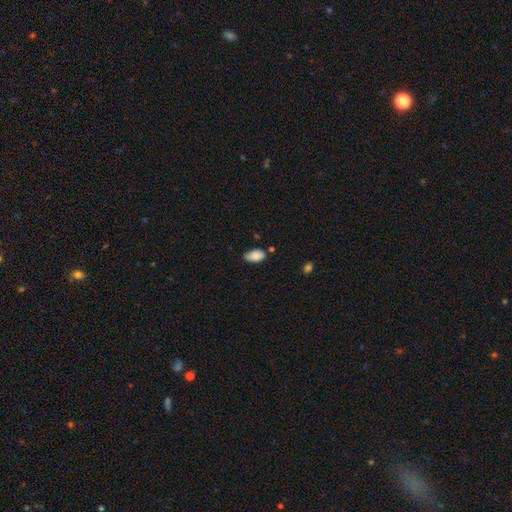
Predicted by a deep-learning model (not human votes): A smooth galaxy with no disk features (86%) that is in between round and cigar-shaped (94%). Merging: none (62%).